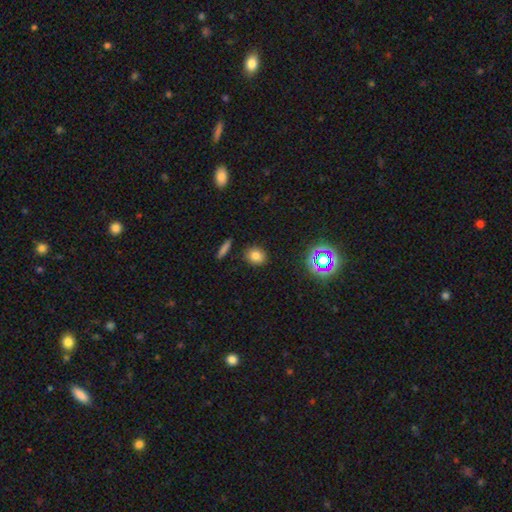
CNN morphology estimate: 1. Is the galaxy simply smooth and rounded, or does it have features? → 77% smooth, 15% star or artifact, 8% featured or disk.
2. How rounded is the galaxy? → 66% round, 32% in between, 2% cigar-shaped.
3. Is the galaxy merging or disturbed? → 88% none, 8% minor disturbance, 2% major disturbance, 2% merger.